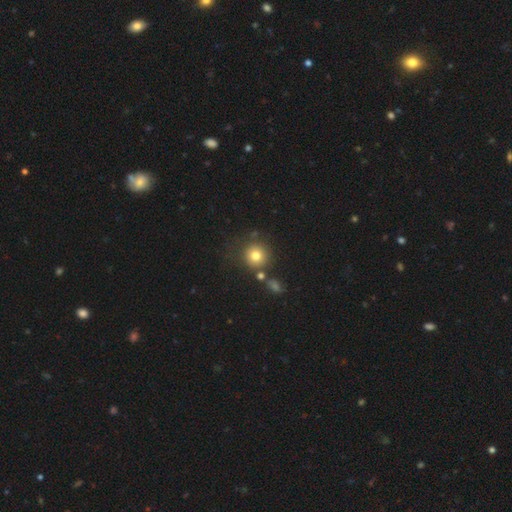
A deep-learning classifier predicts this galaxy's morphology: Overall: smooth (77%). How rounded: round (93%). Merging: none (75%).